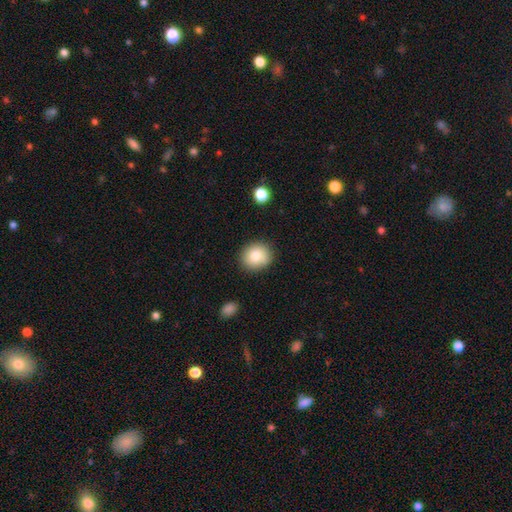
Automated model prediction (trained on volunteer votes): smooth-or-featured: smooth: 80% | featured or disk: 11% | star or artifact: 9%
  how-rounded: round: 78% | in between: 21% | cigar-shaped: 1%
  merging: none: 86% | minor disturbance: 9% | major disturbance: 2% | merger: 2%